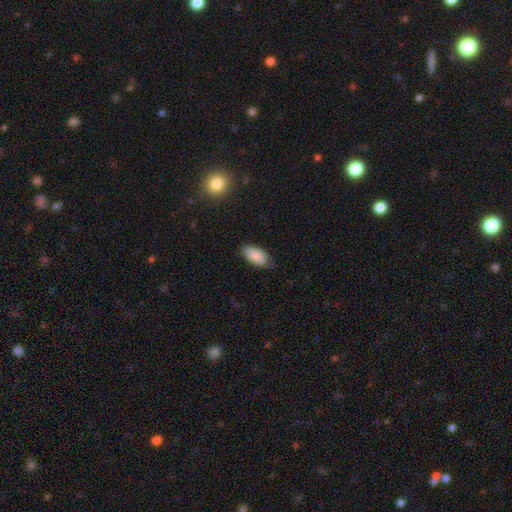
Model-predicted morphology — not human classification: A smooth galaxy with no disk features (87%) that is in between round and cigar-shaped (92%). Merging: none (76%).